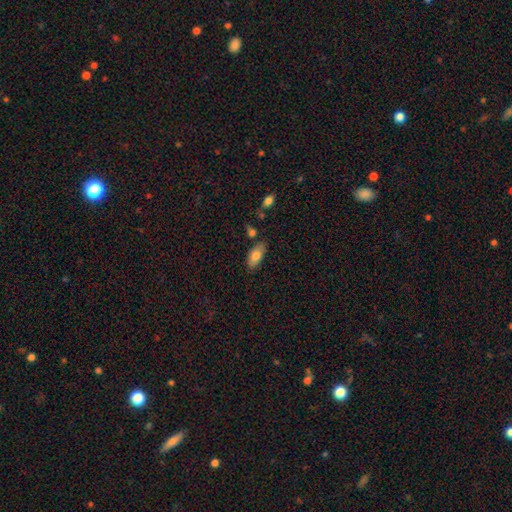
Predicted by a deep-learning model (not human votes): Overall: smooth (76%). How rounded: in between (90%). Merging: none (78%).